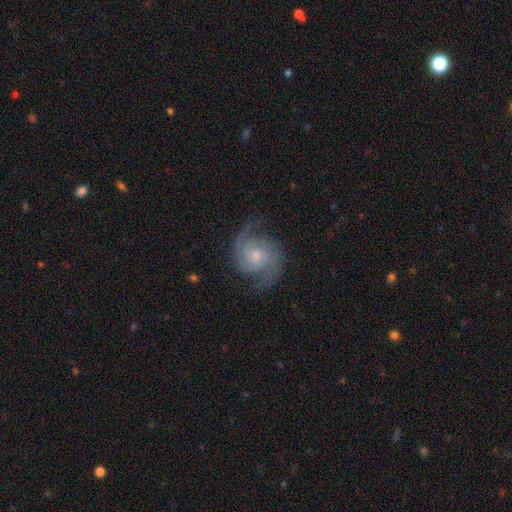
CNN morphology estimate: This is clearly a featured or disk galaxy (88%). It is clearly not viewed edge-on (98%). Bar: likely no (69%). Spiral arm pattern: clearly yes (98%). Spiral arm count: clearly 2 (90%). Spiral winding: possibly medium (53%). Central bulge: possibly small (48%). Merging: likely none (77%).